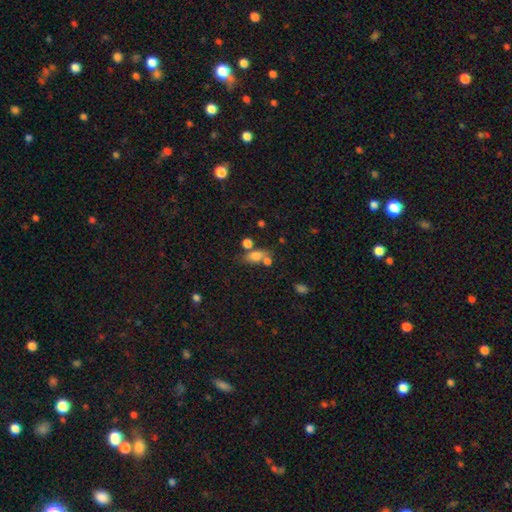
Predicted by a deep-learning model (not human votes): Overall: smooth (70%). How rounded: in between (71%). Merging: none (46%; merger 29%).